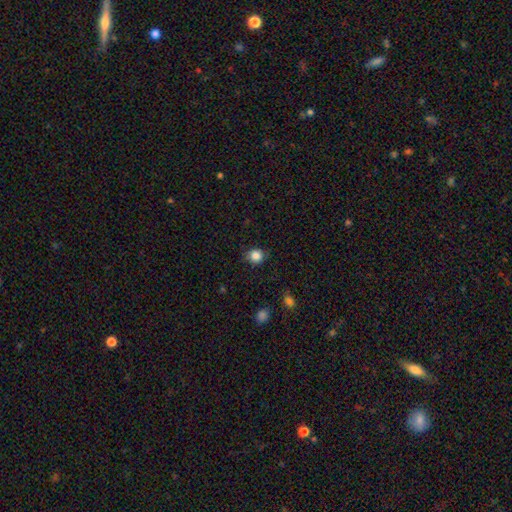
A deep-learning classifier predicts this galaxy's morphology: smooth_or_featured: smooth (p=0.84) [alt: star or artifact p=0.10]
how_rounded: round (p=0.79) [alt: in between p=0.20]
merging: none (p=0.82) [alt: minor disturbance p=0.14]